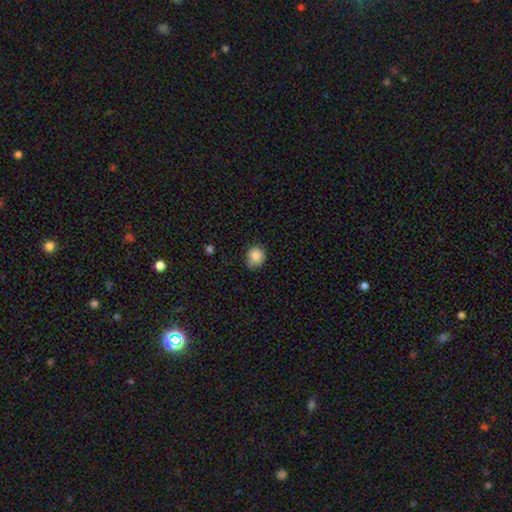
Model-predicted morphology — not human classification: This is clearly a smooth galaxy (85%). How rounded: clearly round (83%). Merging: likely none (64%).